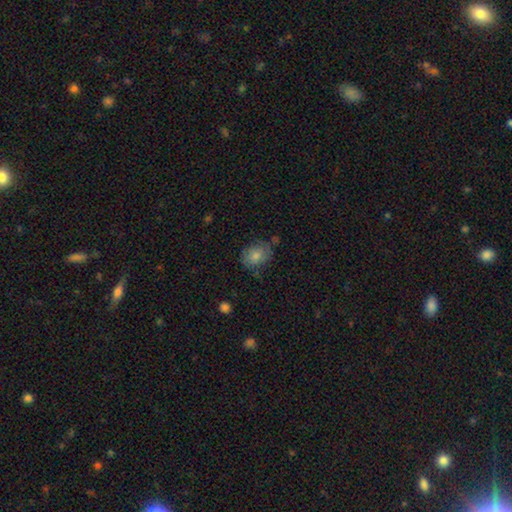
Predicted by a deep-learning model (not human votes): A smooth galaxy with no disk features (80%) that is in between round and cigar-shaped (53%).

Vote fractions:
- Smooth or featured? smooth: 80% / featured or disk: 11% / star or artifact: 8%
- How rounded? in between: 53% / round: 46% / cigar-shaped: 1%
- Merging? none: 63% / minor disturbance: 25% / major disturbance: 8% / merger: 5%